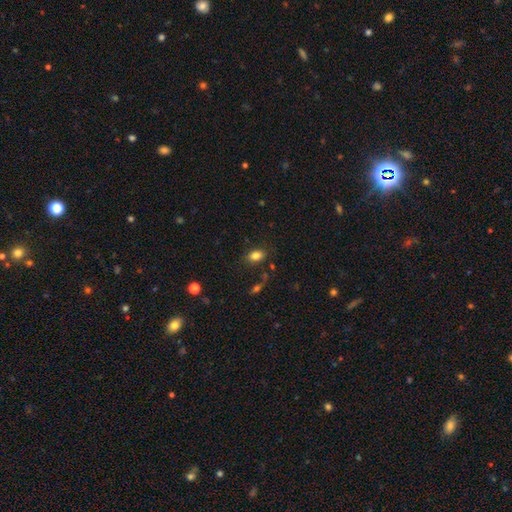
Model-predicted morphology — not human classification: type=smooth (83%); roundness=in between (83%); merging=none (80%).